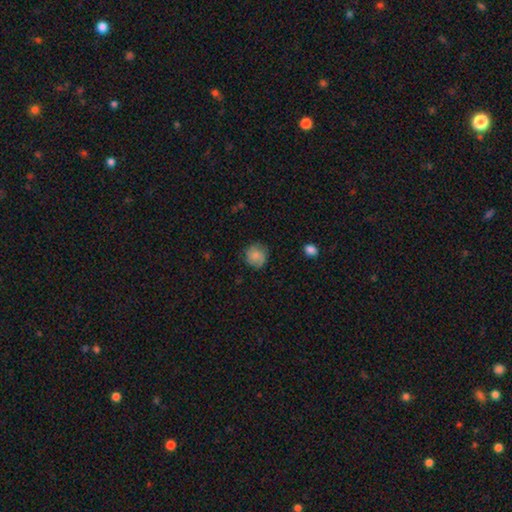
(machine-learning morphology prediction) Overall: smooth (65%; featured or disk 27%). How rounded: round (85%). Merging: none (72%).